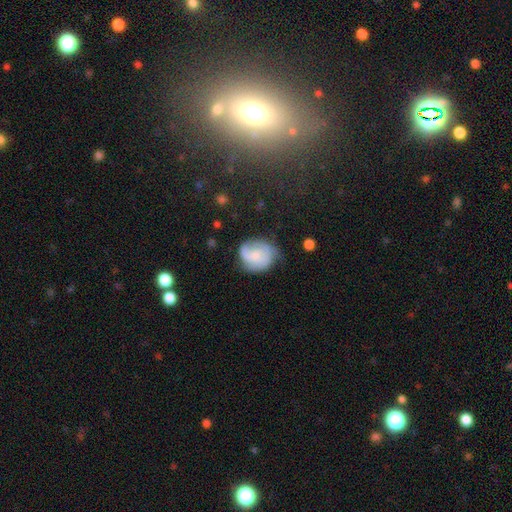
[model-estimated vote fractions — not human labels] Smooth or featured?
  - featured or disk: 47% *
  - smooth: 45%
  - star or artifact: 8%
Merging?
  - none: 56% *
  - minor disturbance: 28%
  - major disturbance: 14%
  - merger: 2%